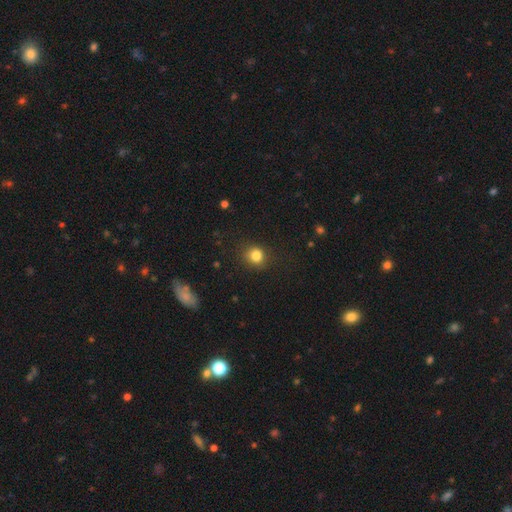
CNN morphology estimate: The model was most divided on "how rounded": round: 82%, in between: 17%, cigar-shaped: 1%. More confident: merging — none (85%); smooth or featured — smooth (83%).